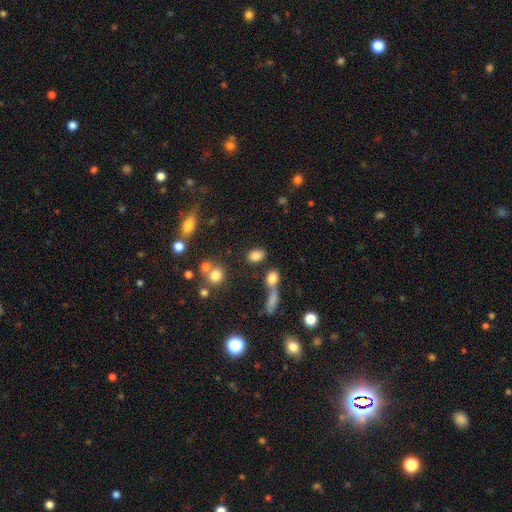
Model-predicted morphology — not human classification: Smooth or featured? smooth (81%)
How rounded? in between (83%)
Merging? none (70%)